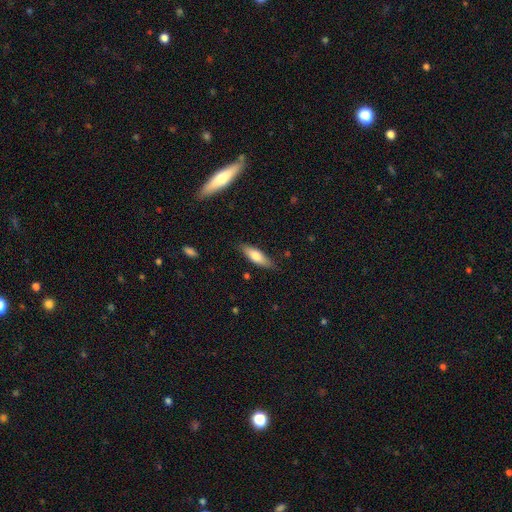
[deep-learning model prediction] smooth-or-featured: smooth: 66% | featured or disk: 28% | star or artifact: 6%
  how-rounded: cigar-shaped: 55% | in between: 43% | round: 2%
  merging: none: 83% | minor disturbance: 13% | major disturbance: 2% | merger: 2%